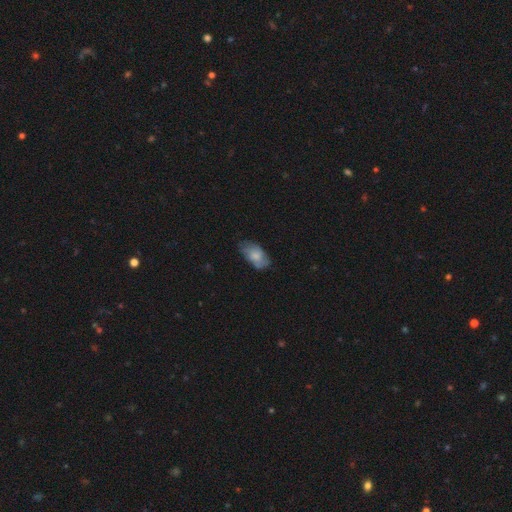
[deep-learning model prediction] The model was most divided on "merging": none: 58%, minor disturbance: 31%, major disturbance: 10%, merger: 2%. More confident: how rounded — in between (93%); smooth or featured — smooth (68%).